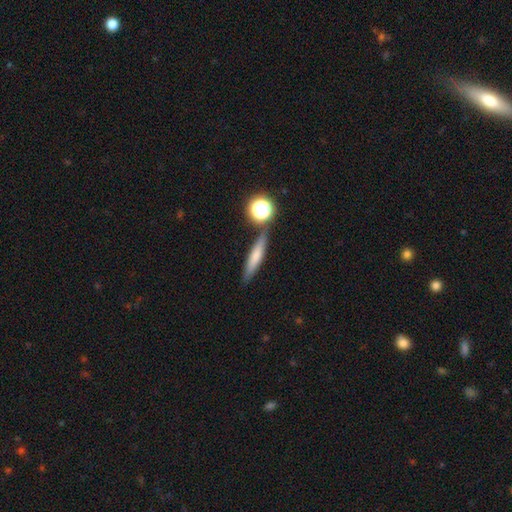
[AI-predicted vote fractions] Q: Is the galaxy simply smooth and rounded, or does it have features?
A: smooth — 65%.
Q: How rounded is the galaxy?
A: cigar-shaped — 80%.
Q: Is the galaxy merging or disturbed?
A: none — 76%.